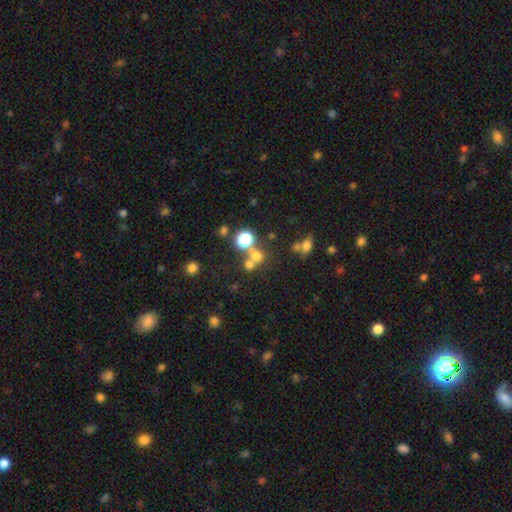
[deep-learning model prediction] smooth_or_featured: smooth (p=0.60) [alt: star or artifact p=0.27]
how_rounded: round (p=0.85) [alt: in between p=0.13]
merging: none (p=0.54) [alt: merger p=0.34]